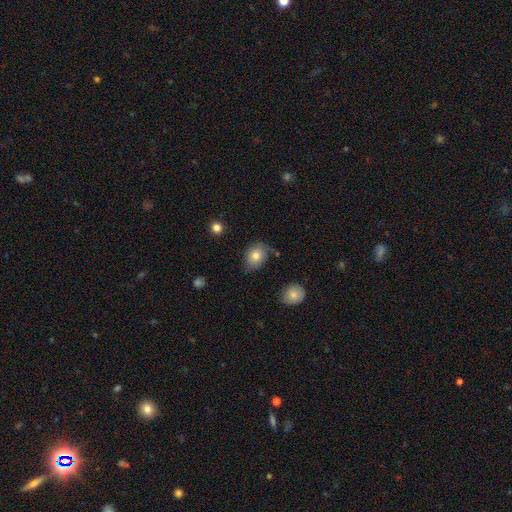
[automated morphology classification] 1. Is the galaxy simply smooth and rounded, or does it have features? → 77% smooth, 14% featured or disk, 9% star or artifact.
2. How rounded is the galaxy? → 59% in between, 40% round, 1% cigar-shaped.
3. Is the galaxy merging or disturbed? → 64% none, 27% minor disturbance, 7% major disturbance, 3% merger.